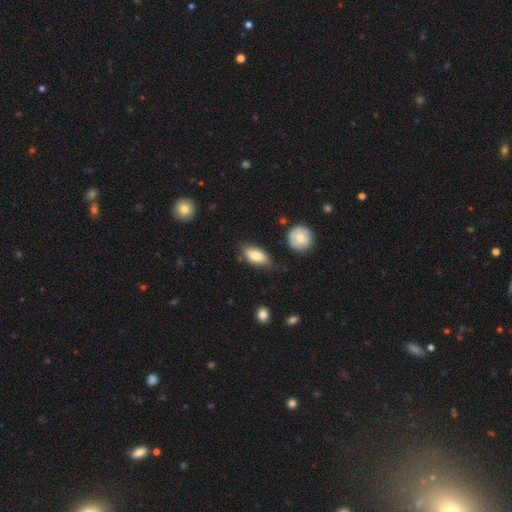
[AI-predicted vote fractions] A smooth galaxy with no disk features (77%) that is in between round and cigar-shaped (88%).

Vote fractions:
- Smooth or featured? smooth: 77% / featured or disk: 17% / star or artifact: 6%
- How rounded? in between: 88% / cigar-shaped: 8% / round: 4%
- Merging? none: 72% / minor disturbance: 21% / major disturbance: 4% / merger: 3%